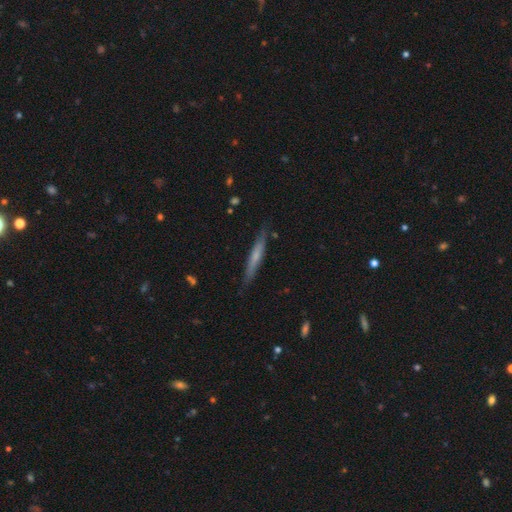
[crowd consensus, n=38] Overall: smooth (61%; featured or disk 29%). How rounded: cigar-shaped (96%). Merging: none (85%).